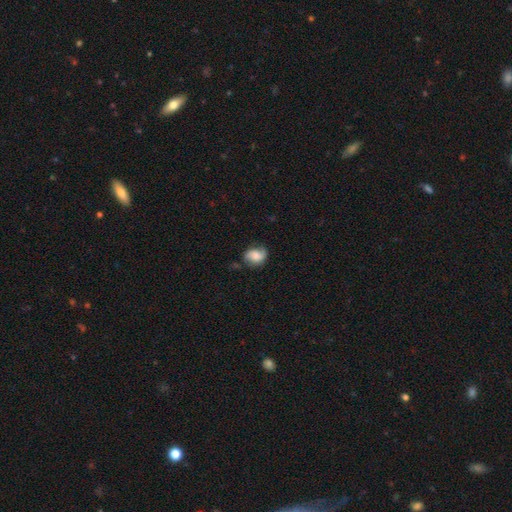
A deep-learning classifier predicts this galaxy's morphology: A smooth galaxy with no disk features (58%) that is in between round and cigar-shaped (53%). Merging: none (60%).